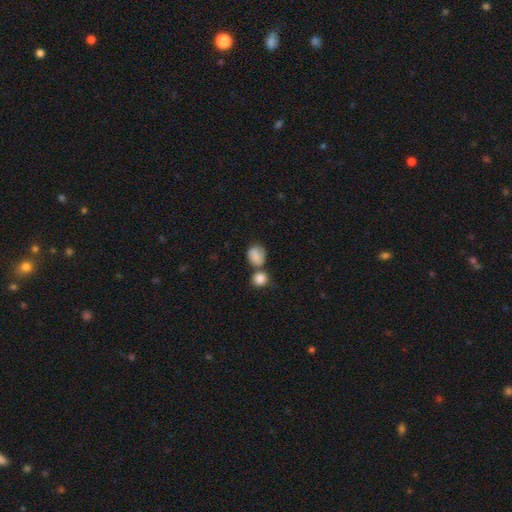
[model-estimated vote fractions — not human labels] This is clearly a smooth galaxy (82%). How rounded: possibly round (50%). Merging: marginally none (41%).